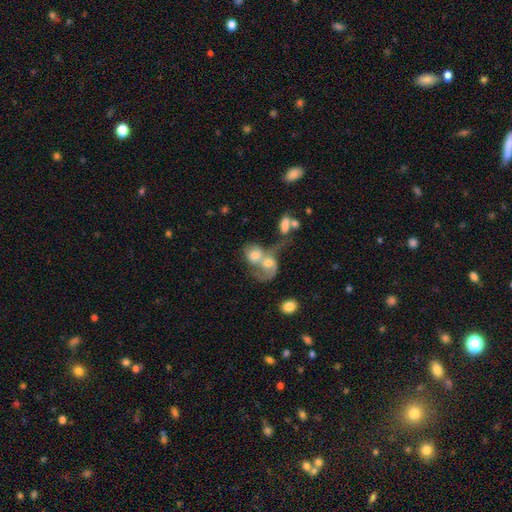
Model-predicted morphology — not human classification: smooth-or-featured: featured or disk: 47% | smooth: 42% | star or artifact: 11%
  merging: merger: 75% | none: 11% | major disturbance: 8% | minor disturbance: 5%